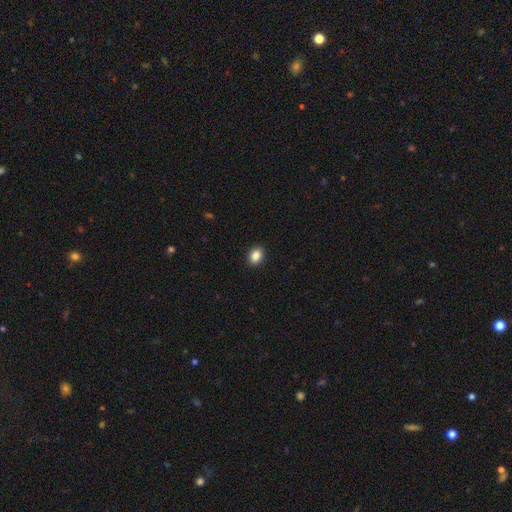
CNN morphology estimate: smooth_or_featured: smooth (p=0.88) [alt: star or artifact p=0.09]
how_rounded: in between (p=0.67) [alt: round p=0.32]
merging: none (p=0.91) [alt: minor disturbance p=0.06]